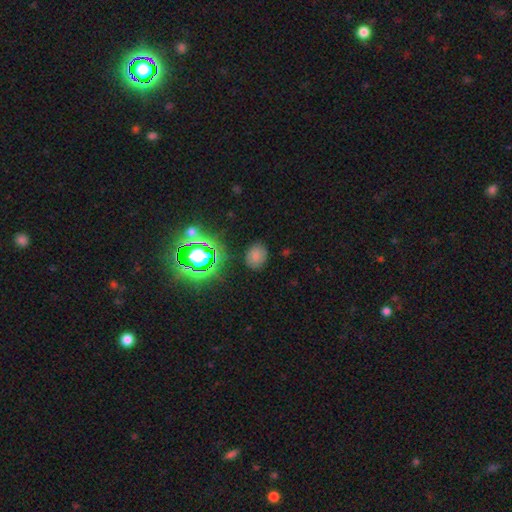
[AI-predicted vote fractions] A smooth galaxy with no disk features (69%) that is round (52%). Merging: none (80%).